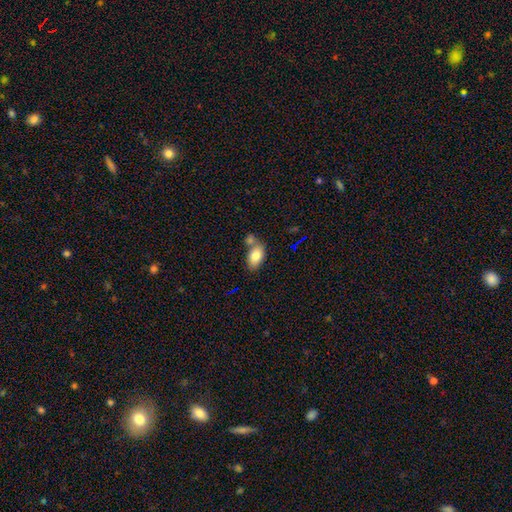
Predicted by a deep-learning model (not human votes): Smooth or featured?
  - smooth: 79% *
  - featured or disk: 13%
  - star or artifact: 8%
How rounded?
  - in between: 90% *
  - round: 8%
  - cigar-shaped: 2%
Merging?
  - none: 50% *
  - merger: 30%
  - minor disturbance: 15%
  - major disturbance: 4%